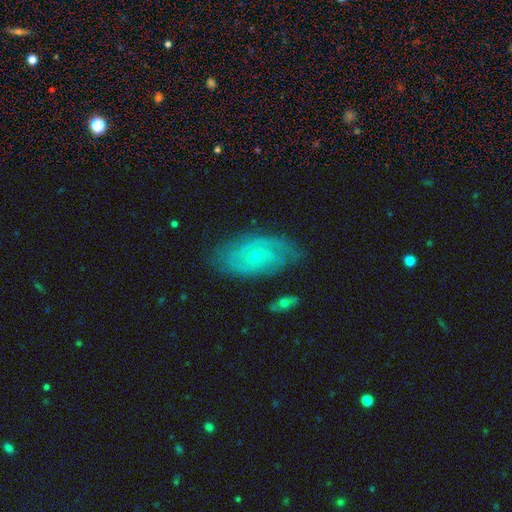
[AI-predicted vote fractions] Overall: featured or disk (78%). Edge-on disk: no (95%). Bar: no (63%; weak 32%). Spiral arms: yes (92%). Spiral arm count: 2 (44%; can't tell 33%). Spiral winding: tight (59%; medium 32%). Bulge size: small (80%). Merging: none (76%).